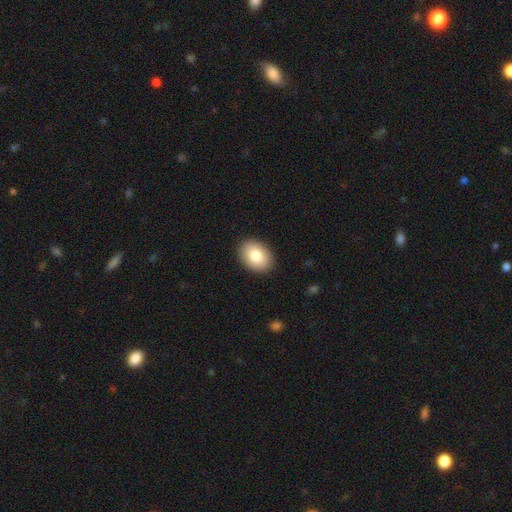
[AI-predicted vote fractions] smooth-or-featured: smooth: 84% | featured or disk: 9% | star or artifact: 7%
  how-rounded: in between: 78% | round: 21% | cigar-shaped: 1%
  merging: none: 90% | minor disturbance: 7% | major disturbance: 2% | merger: 1%